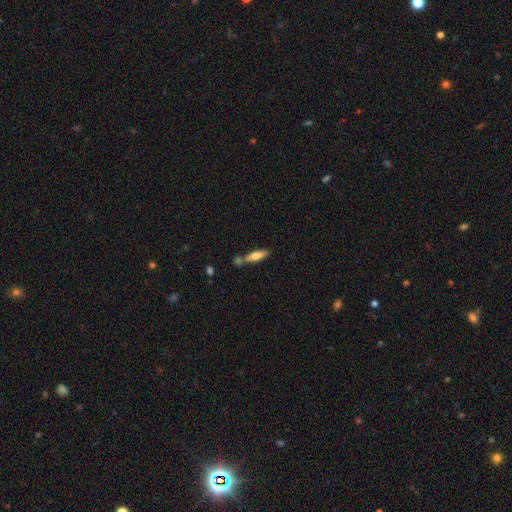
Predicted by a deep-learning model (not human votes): Smooth or featured? Predicted: smooth (p=0.61). How rounded? Predicted: cigar-shaped (p=0.70). Merging? Predicted: none (p=0.63).